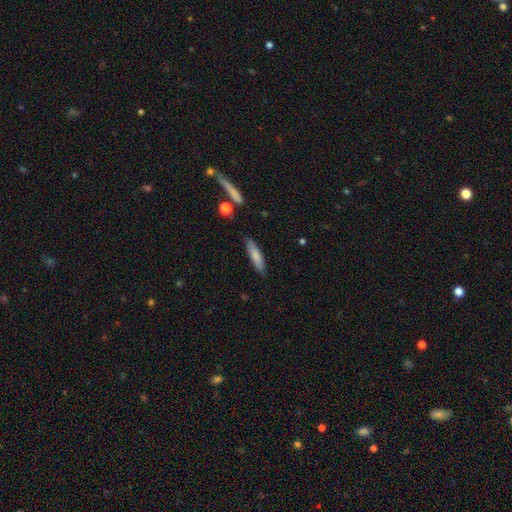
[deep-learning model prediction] Q: Smooth or featured?
A: smooth (78%); runner-up: featured or disk (16%)
Q: How rounded?
A: cigar-shaped (76%); runner-up: in between (23%)
Q: Merging?
A: none (84%); runner-up: minor disturbance (11%)